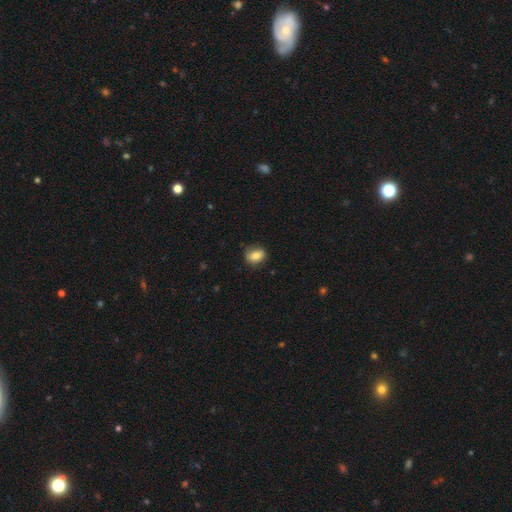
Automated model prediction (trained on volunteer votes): Smooth or featured? smooth (80%)
How rounded? in between (65%)
Merging? none (77%)